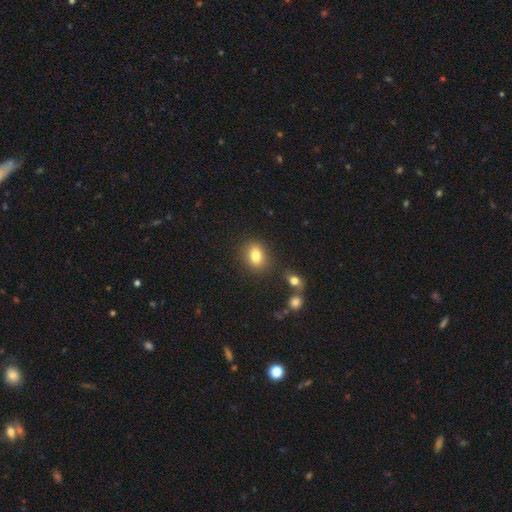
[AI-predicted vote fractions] smooth-or-featured: smooth: 81% | star or artifact: 10% | featured or disk: 8%
  how-rounded: in between: 61% | round: 38% | cigar-shaped: 2%
  merging: none: 83% | minor disturbance: 10% | merger: 4% | major disturbance: 3%